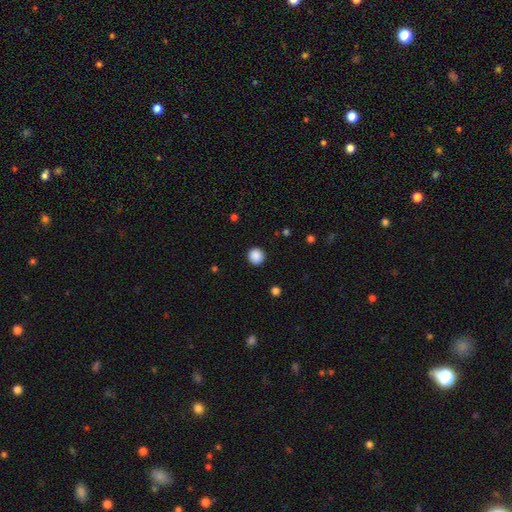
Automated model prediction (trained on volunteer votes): The model was most divided on "smooth or featured": smooth: 88%, star or artifact: 10%, featured or disk: 2%. More confident: how rounded — round (95%); merging — none (92%).